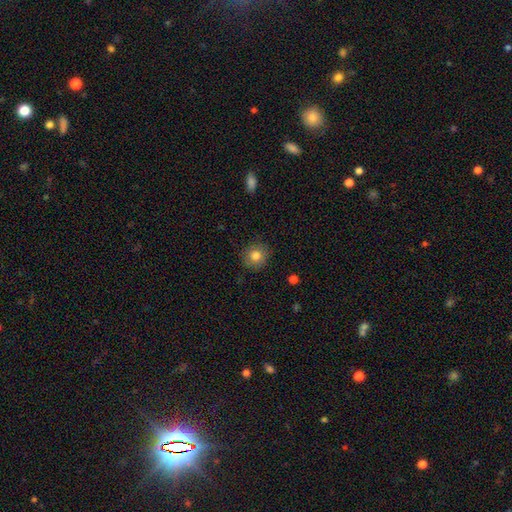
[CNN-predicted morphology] smooth 83%, star or artifact 10%, featured or disk 8%. Down the decision tree: how rounded — round (86%); merging — none (87%).